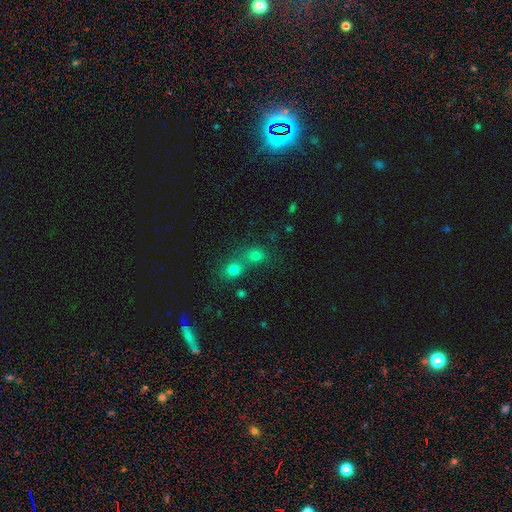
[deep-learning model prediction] Smooth or featured? Predicted: smooth (p=0.73). How rounded? Predicted: round (p=0.75). Merging? Predicted: merger (p=0.55).